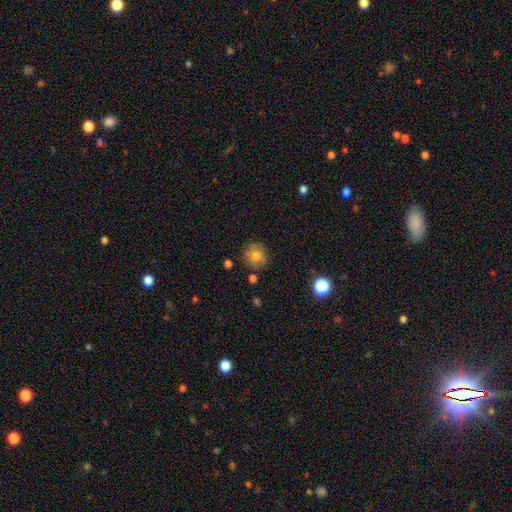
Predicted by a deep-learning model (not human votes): Smooth or featured: smooth — 78% (star or artifact — 11%)
How rounded: round — 91% (in between — 8%)
Merging: none — 82% (minor disturbance — 12%)